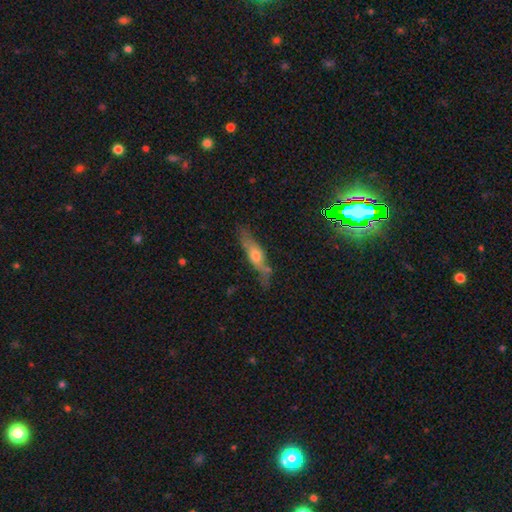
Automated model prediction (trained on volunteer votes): Smooth or featured: featured or disk — 48% (smooth — 44%)
Merging: none — 66% (minor disturbance — 23%)